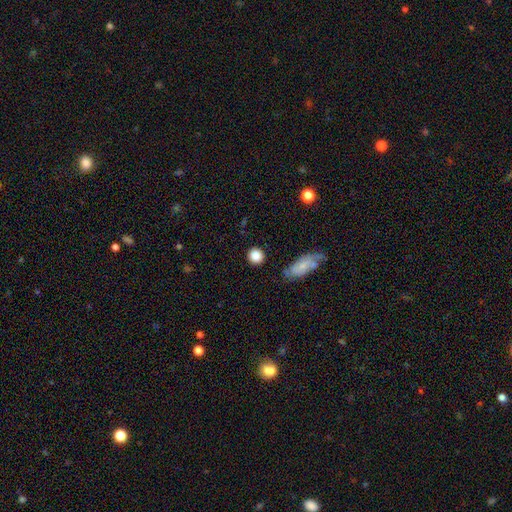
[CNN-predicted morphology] type=smooth (86%); roundness=round (90%); merging=none (84%).